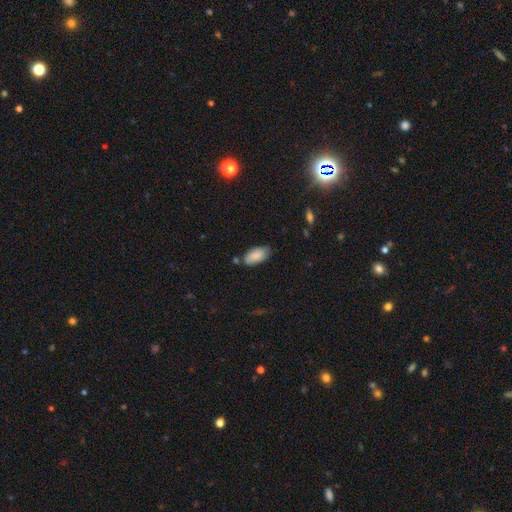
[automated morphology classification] Overall: smooth (84%). How rounded: in between (93%). Merging: none (70%).